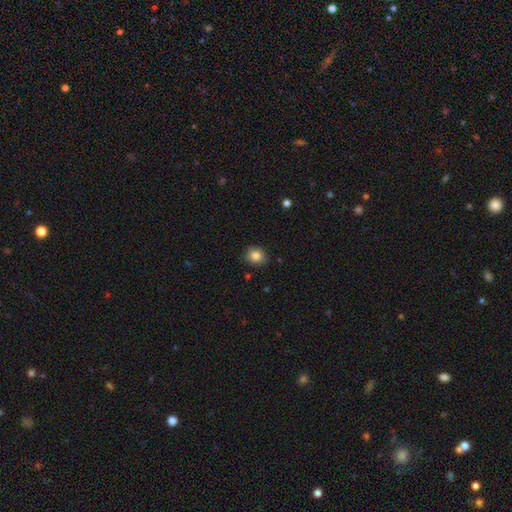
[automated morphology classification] smooth 84%, star or artifact 10%, featured or disk 6%. Down the decision tree: how rounded — round (66%); merging — none (84%).